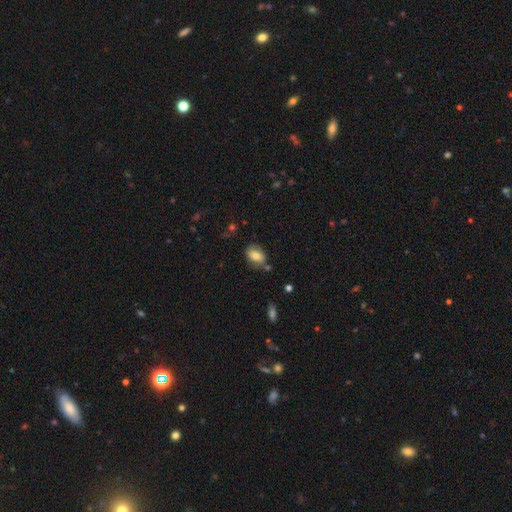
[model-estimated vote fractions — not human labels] This is likely a smooth galaxy (76%). How rounded: clearly in between (82%). Merging: likely none (69%).